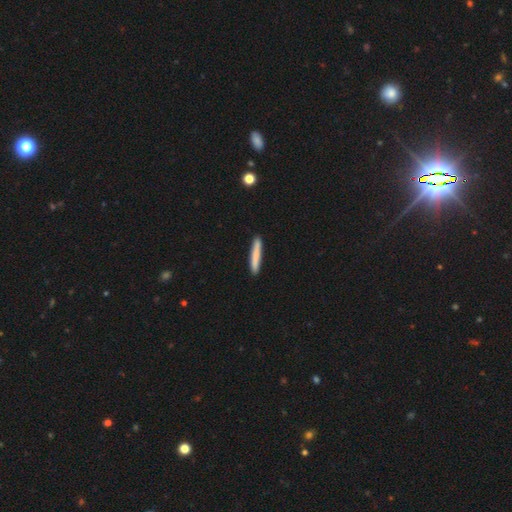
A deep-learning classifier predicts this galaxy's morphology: A smooth galaxy with no disk features (80%) that is cigar-shaped (95%).

Vote fractions:
- Smooth or featured? smooth: 80% / featured or disk: 14% / star or artifact: 6%
- How rounded? cigar-shaped: 95% / in between: 4% / round: 1%
- Merging? none: 90% / minor disturbance: 7% / major disturbance: 1% / merger: 1%